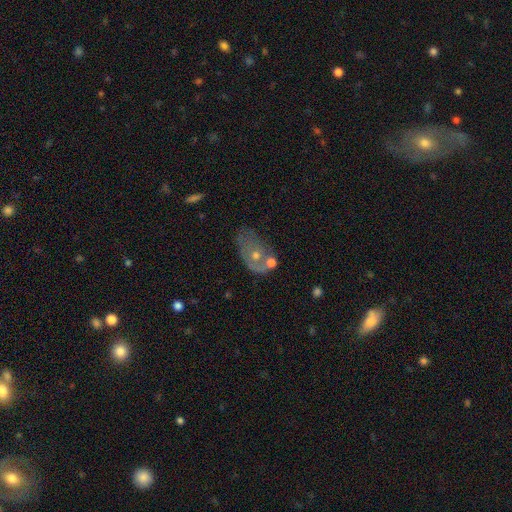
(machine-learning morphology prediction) featured or disk 55%, smooth 33%, star or artifact 12%. Down the decision tree: edge-on disk — no (94%); bar — no (89%); spiral arms — no (60%); bulge size — small (48%); merging — none (35%).